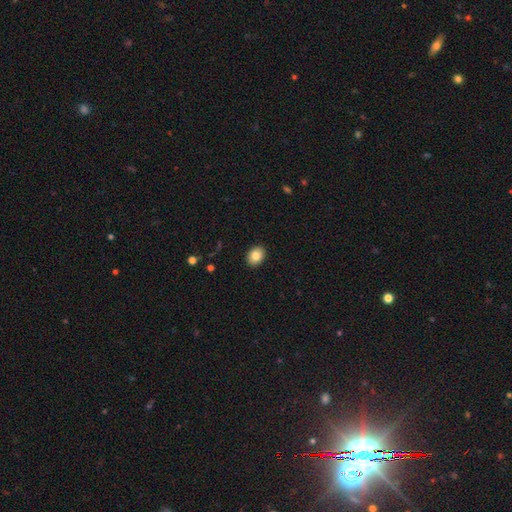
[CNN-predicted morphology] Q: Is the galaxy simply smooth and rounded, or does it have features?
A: smooth — 83%.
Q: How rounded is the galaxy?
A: in between — 64%.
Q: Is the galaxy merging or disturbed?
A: none — 91%.